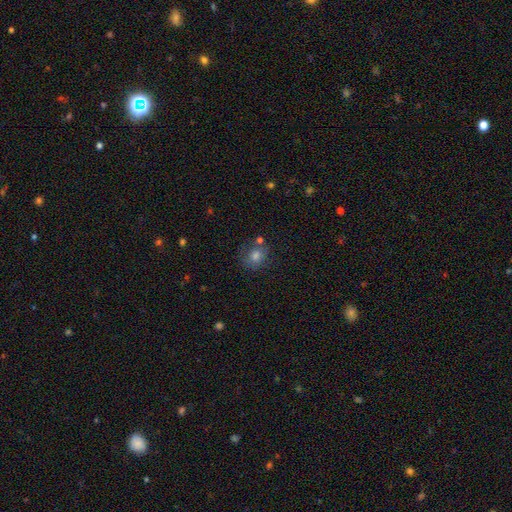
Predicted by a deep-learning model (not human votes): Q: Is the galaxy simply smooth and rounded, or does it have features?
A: smooth — 72%.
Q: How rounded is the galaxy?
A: round — 71%.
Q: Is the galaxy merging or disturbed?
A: none — 68%.